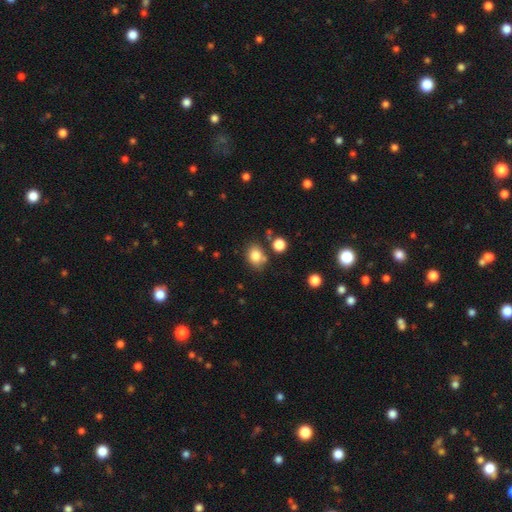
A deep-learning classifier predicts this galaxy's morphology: type=smooth (82%); roundness=round (50%); merging=none (69%).